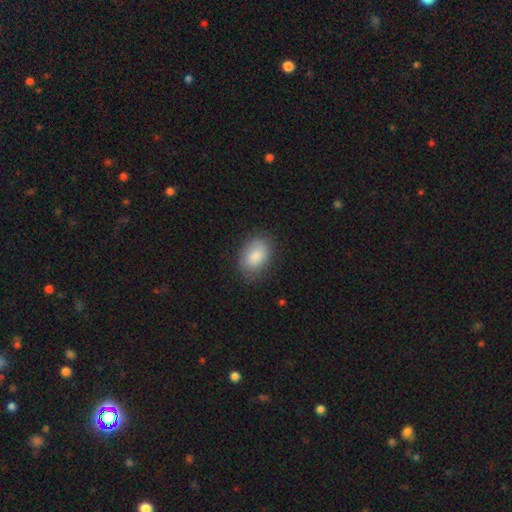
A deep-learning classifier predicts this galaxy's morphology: This is clearly a smooth galaxy (85%). How rounded: clearly in between (83%). Merging: clearly none (80%).